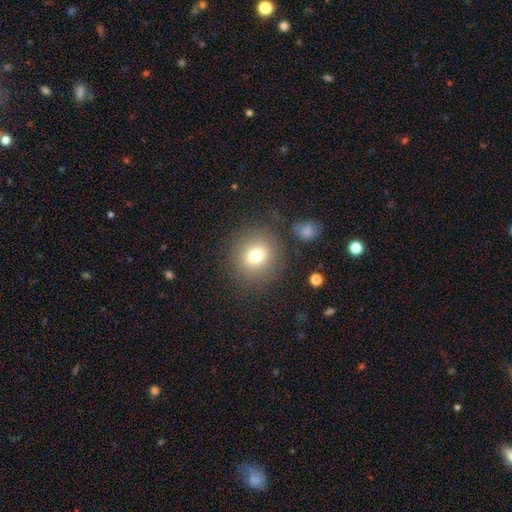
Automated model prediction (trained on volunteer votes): This is likely a smooth galaxy (76%). How rounded: clearly round (85%). Merging: clearly none (83%).